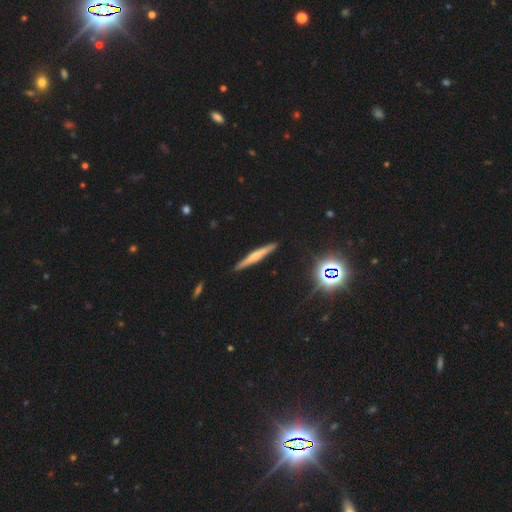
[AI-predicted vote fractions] This is possibly a featured or disk galaxy (46%). Merging: clearly none (90%).